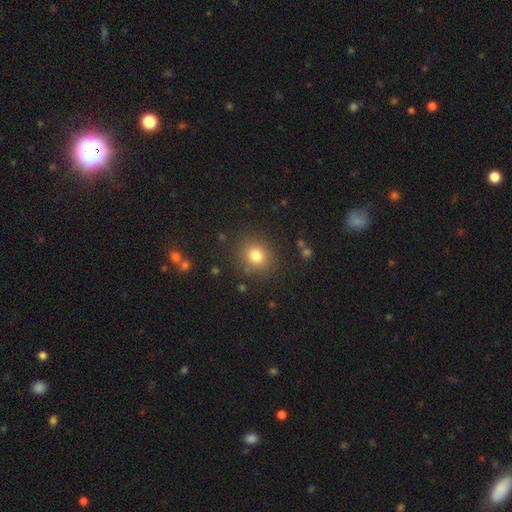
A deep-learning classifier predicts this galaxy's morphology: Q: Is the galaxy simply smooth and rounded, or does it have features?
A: smooth — 78%.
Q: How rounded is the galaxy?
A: round — 83%.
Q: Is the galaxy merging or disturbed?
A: none — 86%.